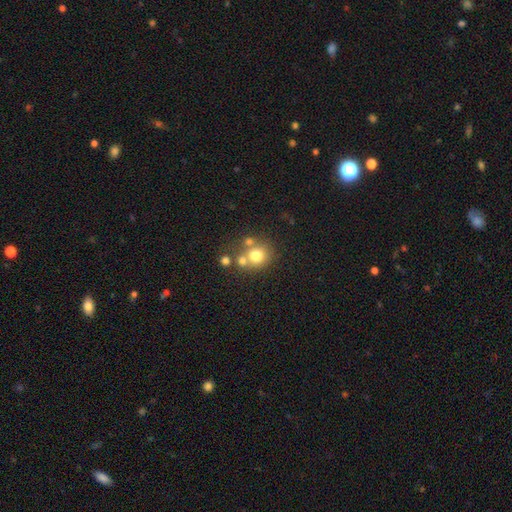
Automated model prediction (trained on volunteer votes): This is likely a smooth galaxy (71%). How rounded: clearly round (82%). Merging: possibly none (54%).